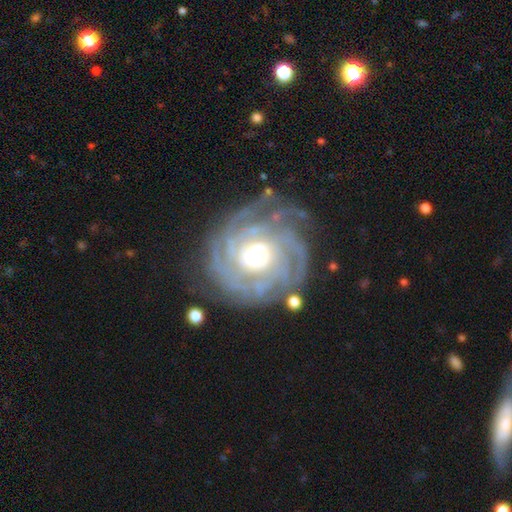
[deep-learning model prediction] Smooth or featured?
  - featured or disk: 89% *
  - smooth: 6%
  - star or artifact: 5%
Edge-on disk?
  - no: 98% *
  - yes: 2%
Bar?
  - no: 77% *
  - weak: 17%
  - strong: 6%
Spiral arms?
  - yes: 96% *
  - no: 4%
Spiral winding?
  - tight: 76% *
  - medium: 19%
  - loose: 5%
Spiral arm count?
  - can't tell: 27% *
  - more than 4: 21%
  - 4: 18%
  - 3: 14%
  - 2: 11%
  - 1: 8%
Bulge size?
  - moderate: 53% *
  - large: 30%
  - small: 13%
  - dominant: 2%
  - none: 1%
Merging?
  - none: 72% *
  - minor disturbance: 17%
  - major disturbance: 9%
  - merger: 2%